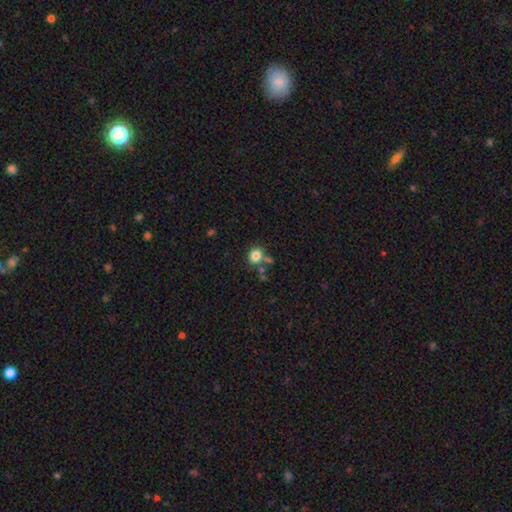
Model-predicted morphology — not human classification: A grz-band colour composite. It shows a smooth galaxy with no disk features (82%) that is round (66%). Merging: none (63%).